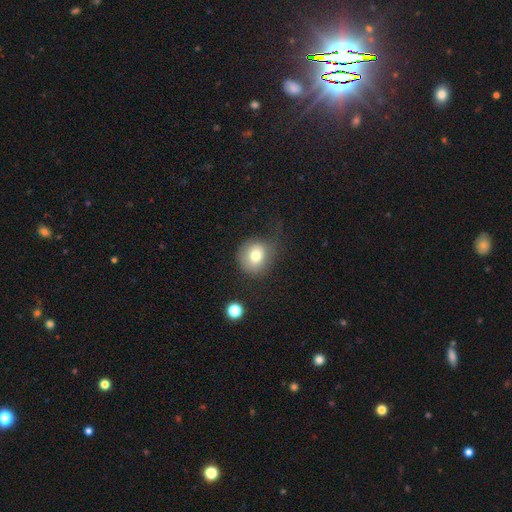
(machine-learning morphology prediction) Smooth or featured?
  - smooth: 76% *
  - featured or disk: 14%
  - star or artifact: 11%
How rounded?
  - round: 82% *
  - in between: 17%
  - cigar-shaped: 1%
Merging?
  - none: 54% *
  - minor disturbance: 26%
  - major disturbance: 17%
  - merger: 3%